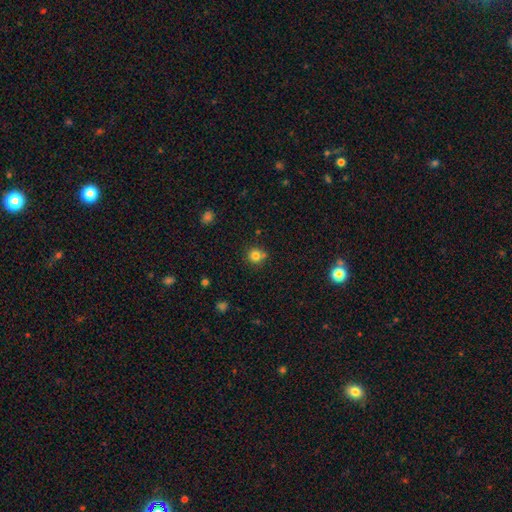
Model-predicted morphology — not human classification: This appears to be a smooth galaxy with no disk features (80%) that is round (92%). Merging: none (72%).